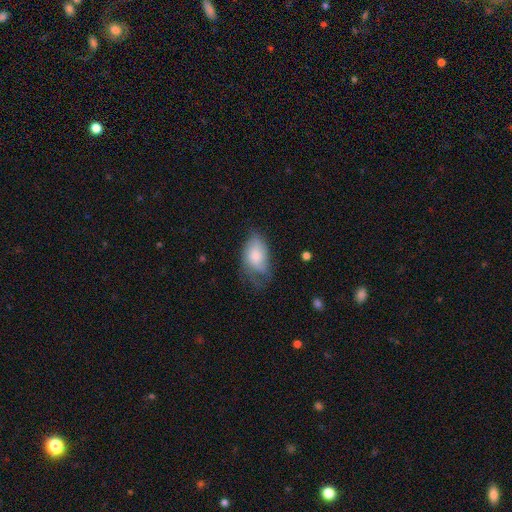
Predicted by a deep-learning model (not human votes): This appears to be a smooth galaxy with no disk features (67%) that is in between round and cigar-shaped (92%). Merging: minor disturbance (36%).